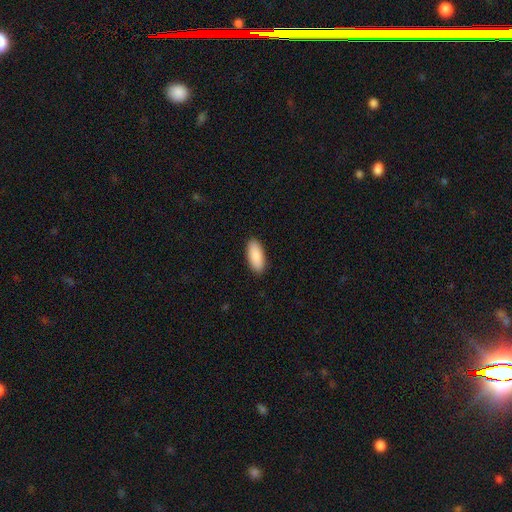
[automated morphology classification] The model was most divided on "how rounded": in between: 84%, cigar-shaped: 14%, round: 2%. More confident: smooth or featured — smooth (91%); merging — none (90%).